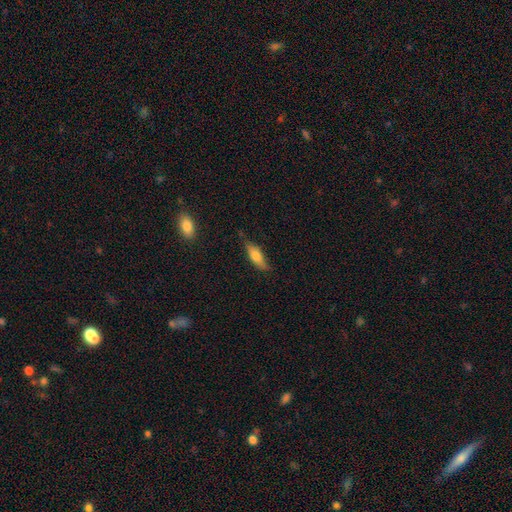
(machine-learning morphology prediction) This is likely a smooth galaxy (68%). How rounded: possibly in between (57%). Merging: likely none (69%).